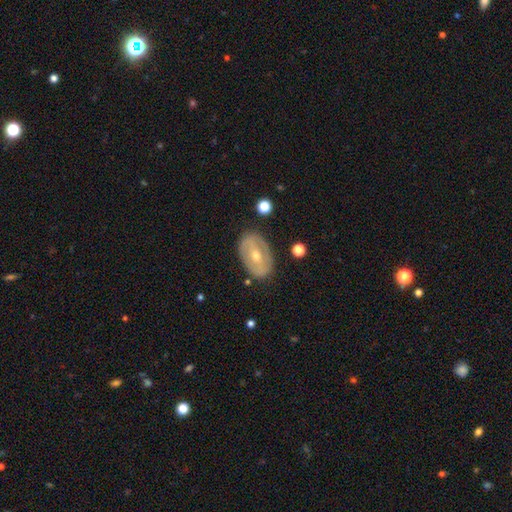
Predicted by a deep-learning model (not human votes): Smooth or featured? Predicted: featured or disk (p=0.63). Edge-on disk? Predicted: no (p=0.91). Bar? Predicted: no (p=0.35, tied with weak). Spiral arms? Predicted: no (p=0.68). Bulge size? Predicted: moderate (p=0.54). Merging? Predicted: none (p=0.81).